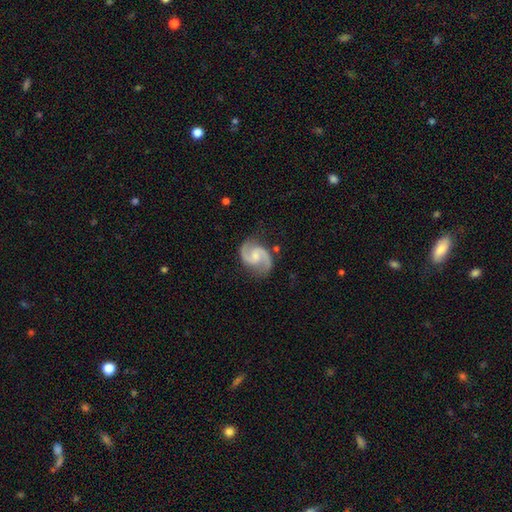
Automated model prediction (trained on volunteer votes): The model was most divided on "bar": no: 49%, weak: 43%, strong: 8%. Remaining: edge-on disk — no (98%); spiral arms — yes (98%); spiral arm count — 2 (94%); smooth or featured — featured or disk (91%); merging — none (81%); spiral winding — medium (60%); bulge size — small (49%).